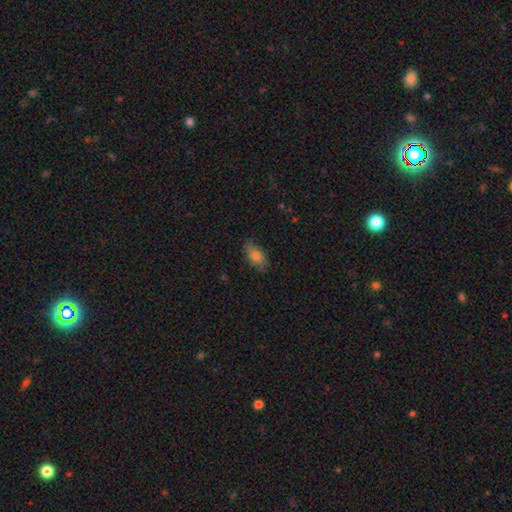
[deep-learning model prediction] Morphology: type=smooth (74%); roundness=in between (85%); merging=none (73%).